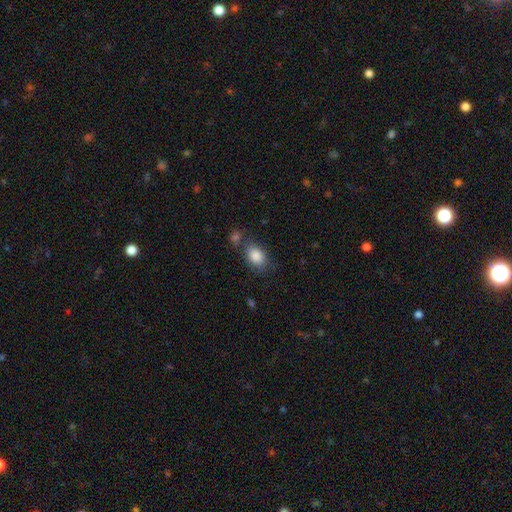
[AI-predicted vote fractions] Smooth or featured? Predicted: smooth (p=0.86). How rounded? Predicted: in between (p=0.83). Merging? Predicted: none (p=0.65).